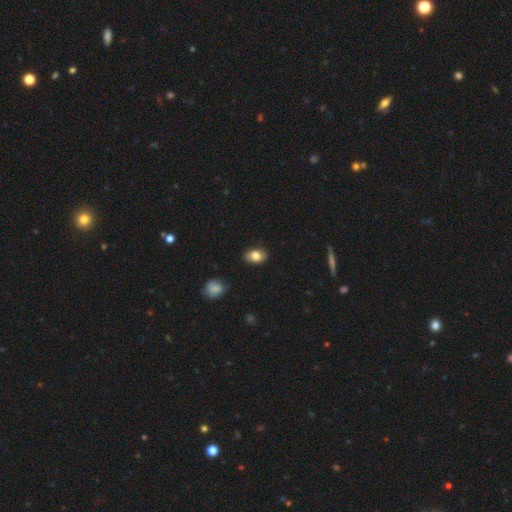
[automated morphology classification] Smooth or featured? smooth (81%)
How rounded? in between (81%)
Merging? none (85%)